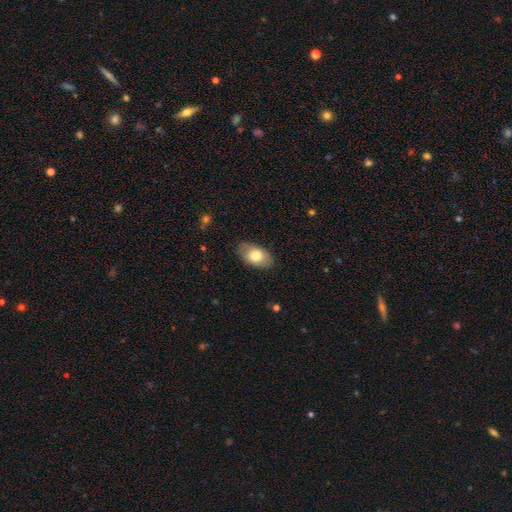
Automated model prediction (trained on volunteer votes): Smooth or featured? smooth (74%)
How rounded? in between (92%)
Merging? none (82%)